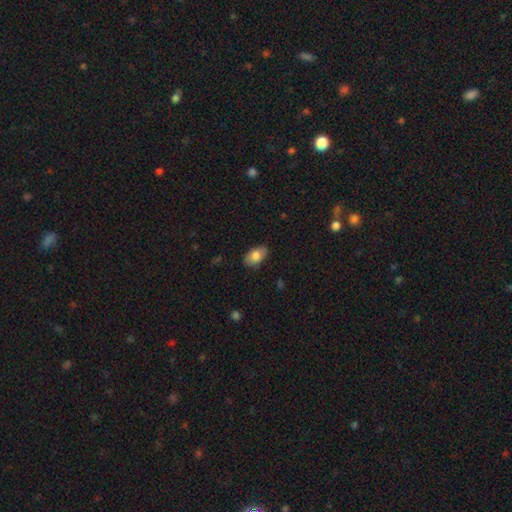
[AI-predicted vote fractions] A smooth galaxy with no disk features (80%) that is in between round and cigar-shaped (92%). Merging: none (83%).